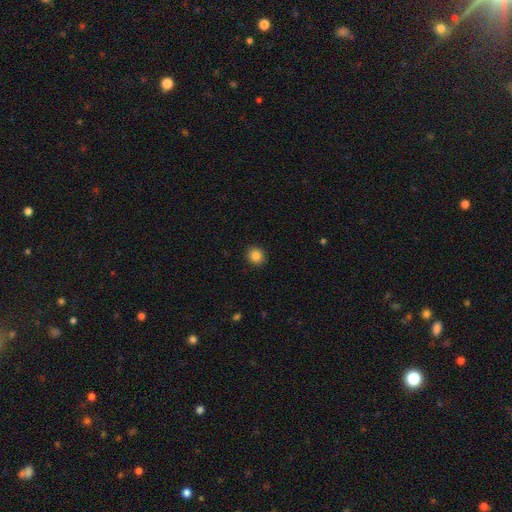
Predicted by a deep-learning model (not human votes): Smooth or featured? smooth (86%)
How rounded? round (86%)
Merging? none (92%)